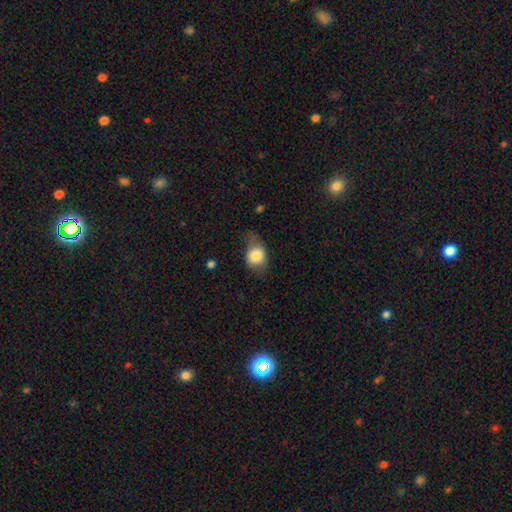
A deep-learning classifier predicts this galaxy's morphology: Smooth or featured? Predicted: smooth (p=0.78). How rounded? Predicted: in between (p=0.54). Merging? Predicted: none (p=0.48).